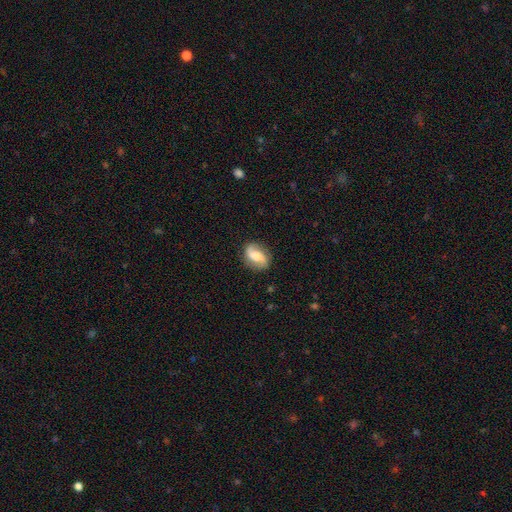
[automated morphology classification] Overall: featured or disk (68%). Edge-on disk: no (96%). Bar: weak (42%; no 38%). Spiral arms: yes (93%). Spiral arm count: 2 (91%). Spiral winding: loose (60%; medium 29%). Bulge size: moderate (49%; large 22%). Merging: none (82%).